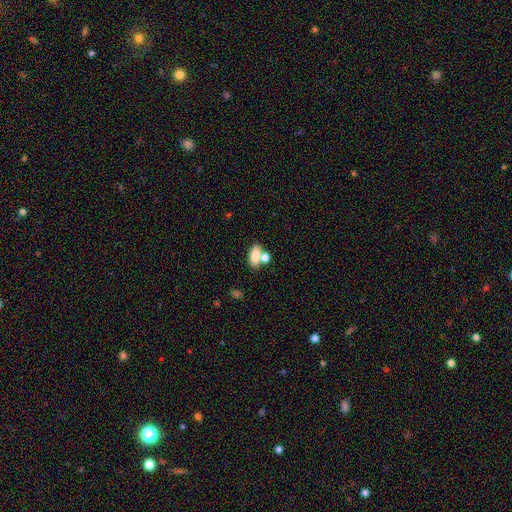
Smooth or featured?
  - smooth: 82% *
  - featured or disk: 10%
  - star or artifact: 8%
How rounded?
  - in between: 82% *
  - cigar-shaped: 15%
  - round: 3%
Merging?
  - merger: 51% *
  - none: 32%
  - major disturbance: 14%
  - minor disturbance: 3%